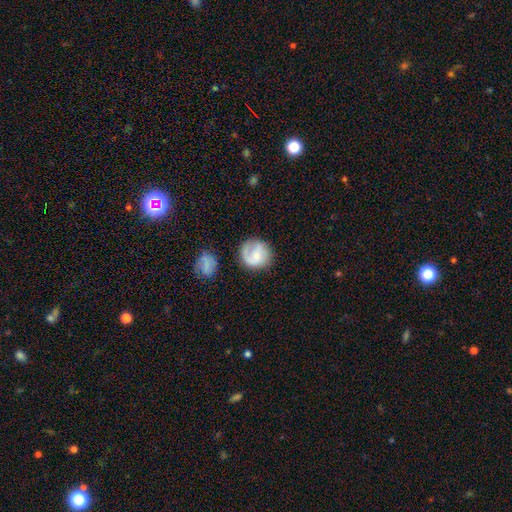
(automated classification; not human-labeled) Smooth or featured? Predicted: smooth (p=0.47). Merging? Predicted: none (p=0.65).